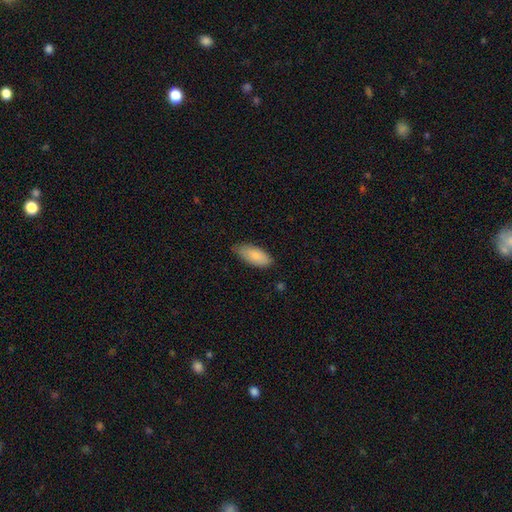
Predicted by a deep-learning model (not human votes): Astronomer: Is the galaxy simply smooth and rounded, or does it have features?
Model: smooth — 86%.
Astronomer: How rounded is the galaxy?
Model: in between — 86%.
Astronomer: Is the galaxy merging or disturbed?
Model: none — 73%.